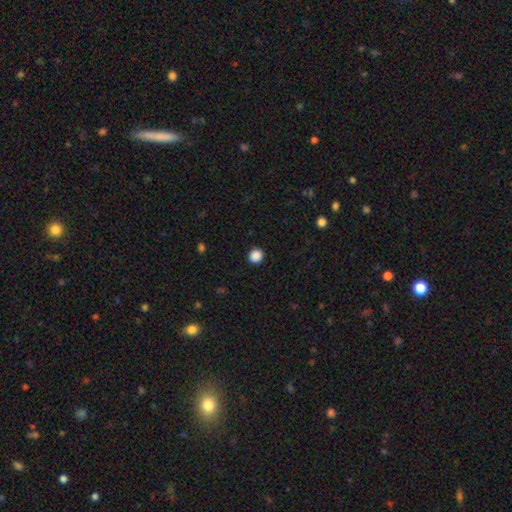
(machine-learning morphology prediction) Overall: smooth (88%). How rounded: round (92%). Merging: none (92%).